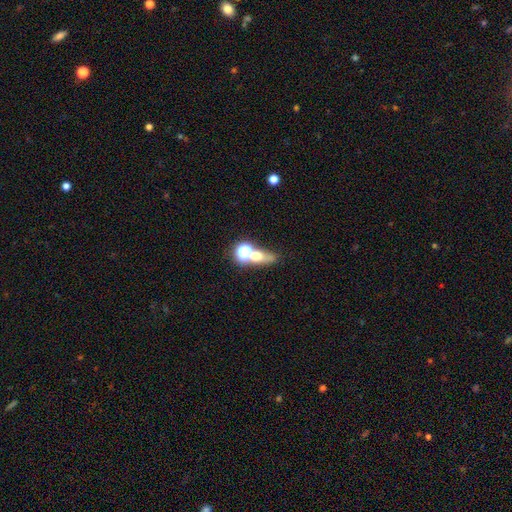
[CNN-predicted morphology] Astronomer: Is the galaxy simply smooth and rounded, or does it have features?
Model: smooth — 51% (runner-up: star or artifact, 27%).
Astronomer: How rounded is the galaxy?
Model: round — 46% (runner-up: in between, 42%).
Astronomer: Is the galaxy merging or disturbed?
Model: none — 45% (runner-up: merger, 39%).